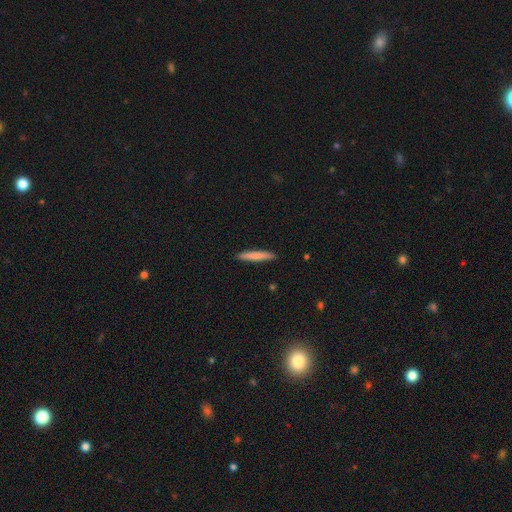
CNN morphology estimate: This is likely a smooth galaxy (76%). How rounded: clearly cigar-shaped (95%). Merging: clearly none (92%).